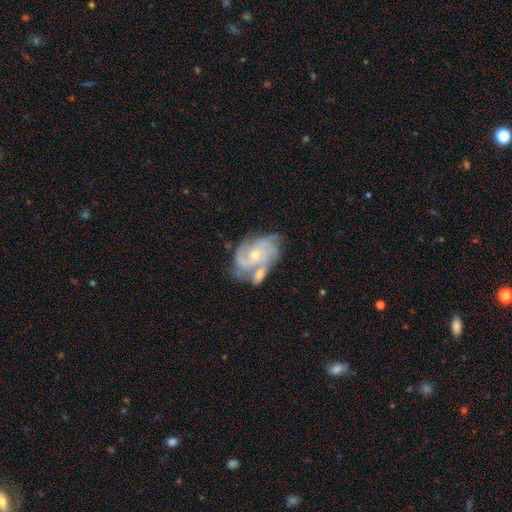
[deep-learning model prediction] The model was most divided on "spiral arm count": 3: 30%, can't tell: 26%, 4: 18%, 2: 15%, more than 4: 5%, 1: 5%. Remaining: edge-on disk — no (97%); spiral arms — yes (94%); smooth or featured — featured or disk (83%); bar — no (73%); bulge size — small (58%); spiral winding — tight (52%); merging — none (41%).